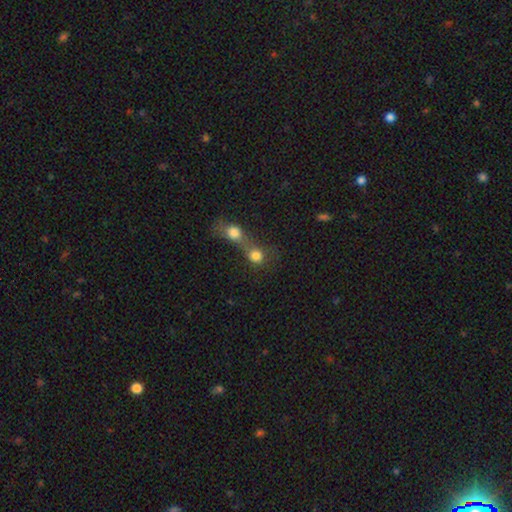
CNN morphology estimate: smooth 78%, star or artifact 11%, featured or disk 11%. Down the decision tree: how rounded — round (78%); merging — merger (72%).